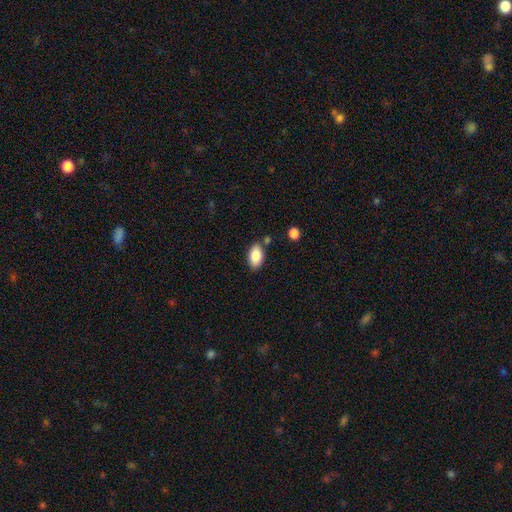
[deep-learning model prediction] A smooth galaxy with no disk features (86%) that is in between round and cigar-shaped (93%). Merging: none (80%).